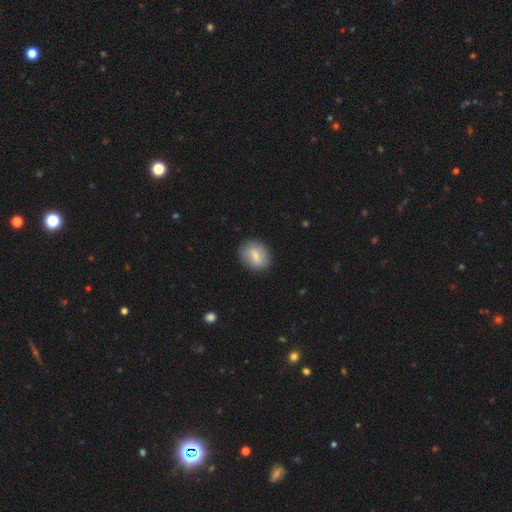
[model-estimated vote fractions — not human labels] This is likely a smooth galaxy (70%). How rounded: possibly in between (55%). Merging: clearly none (83%).